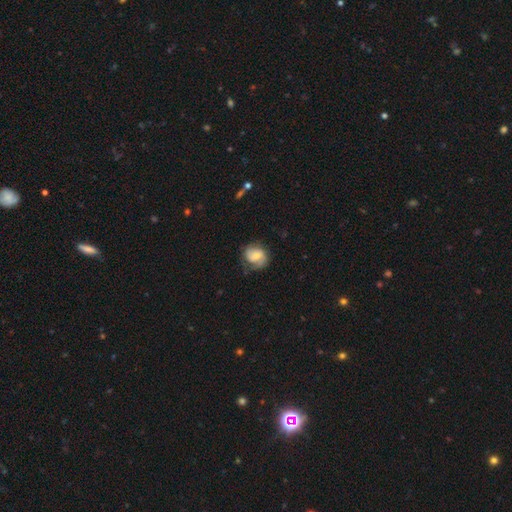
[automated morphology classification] Smooth or featured? featured or disk (52%)
Edge-on disk? no (97%)
Bar? no (53%)
Spiral arms? yes (85%)
Bulge size? small (43%, tied with moderate)
Merging? none (60%)